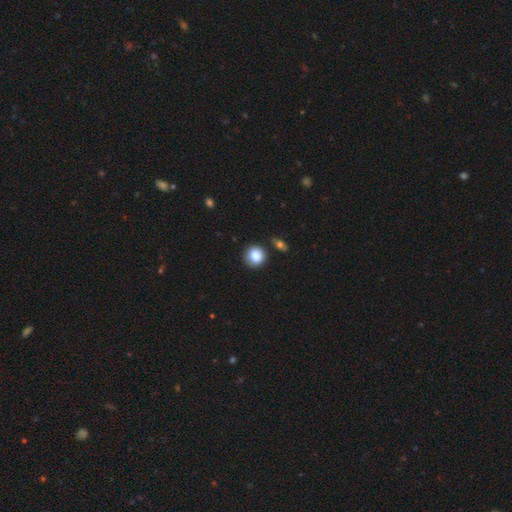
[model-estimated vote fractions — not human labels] Smooth or featured? Predicted: smooth (p=0.85). How rounded? Predicted: round (p=0.85). Merging? Predicted: none (p=0.80).